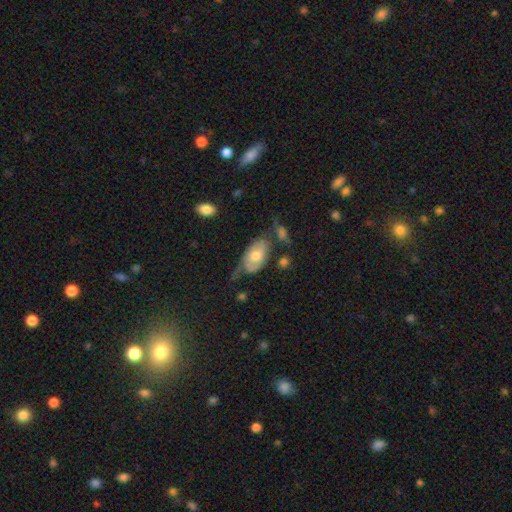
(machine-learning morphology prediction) A smooth galaxy with no disk features (50%).

Vote fractions:
- Smooth or featured? smooth: 50% / featured or disk: 44% / star or artifact: 7%
- Merging? none: 33% / minor disturbance: 30% / major disturbance: 28% / merger: 9%